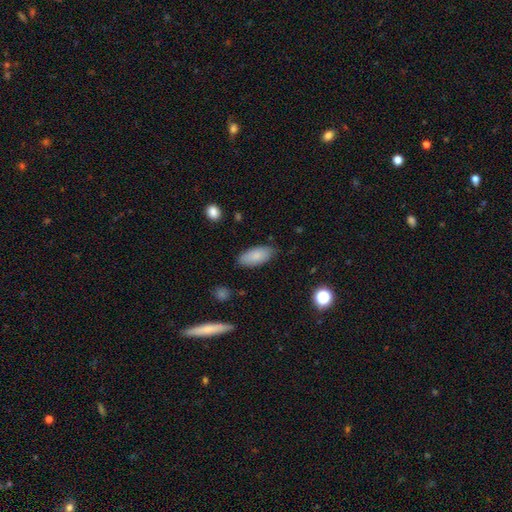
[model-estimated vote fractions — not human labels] Smooth or featured?
  - smooth: 84% *
  - featured or disk: 9%
  - star or artifact: 7%
How rounded?
  - in between: 90% *
  - cigar-shaped: 8%
  - round: 2%
Merging?
  - none: 81% *
  - minor disturbance: 14%
  - major disturbance: 3%
  - merger: 1%